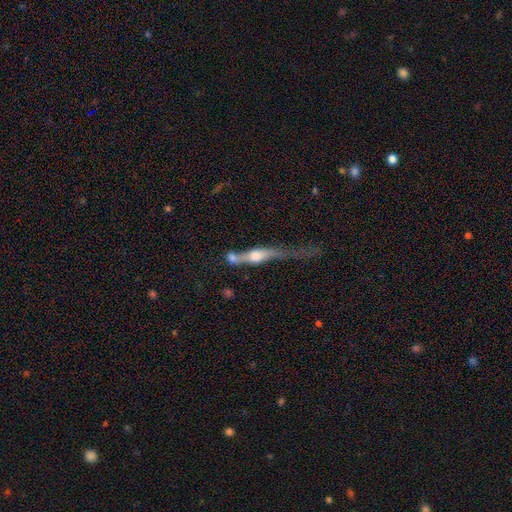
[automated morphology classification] This is possibly a featured or disk galaxy (56%). It is likely viewed edge-on (78%). Merging: marginally merger (43%).